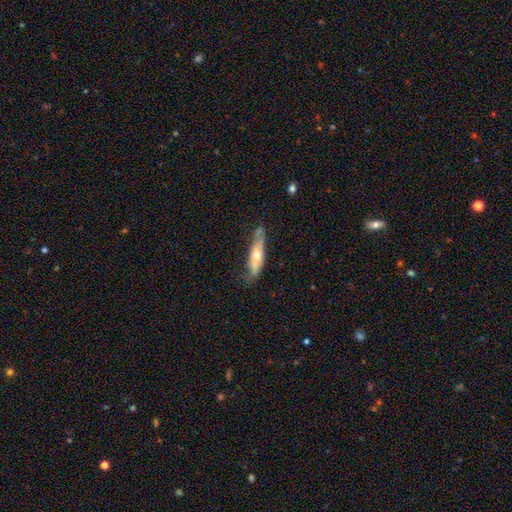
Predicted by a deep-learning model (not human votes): A featured or disk galaxy (49%).

Vote fractions:
- Smooth or featured? featured or disk: 49% / smooth: 45% / star or artifact: 6%
- Merging? none: 60% / minor disturbance: 28% / major disturbance: 8% / merger: 4%